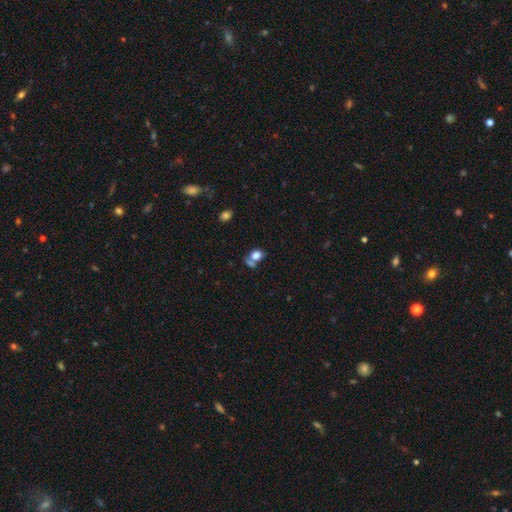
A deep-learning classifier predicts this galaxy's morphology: Smooth or featured?
  - smooth: 77% *
  - star or artifact: 14%
  - featured or disk: 9%
How rounded?
  - in between: 57% *
  - round: 41%
  - cigar-shaped: 2%
Merging?
  - none: 44% *
  - merger: 38%
  - minor disturbance: 12%
  - major disturbance: 7%